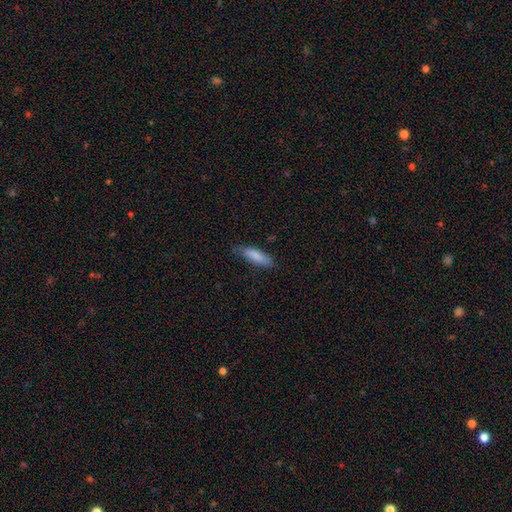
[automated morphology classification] A smooth galaxy with no disk features (85%) that is in between round and cigar-shaped (51%). Merging: none (72%).